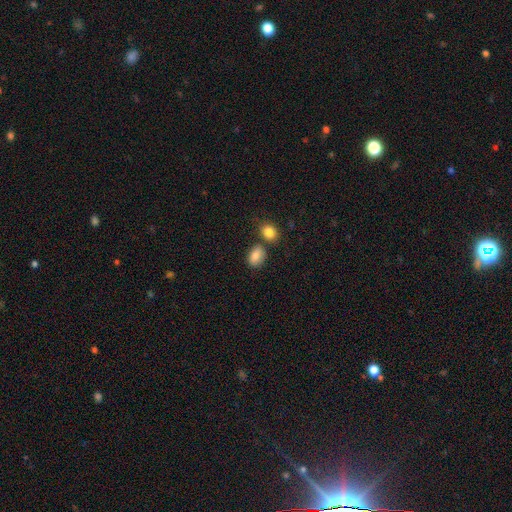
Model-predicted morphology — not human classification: Smooth or featured? Predicted: smooth (p=0.84). How rounded? Predicted: in between (p=0.72). Merging? Predicted: none (p=0.65).